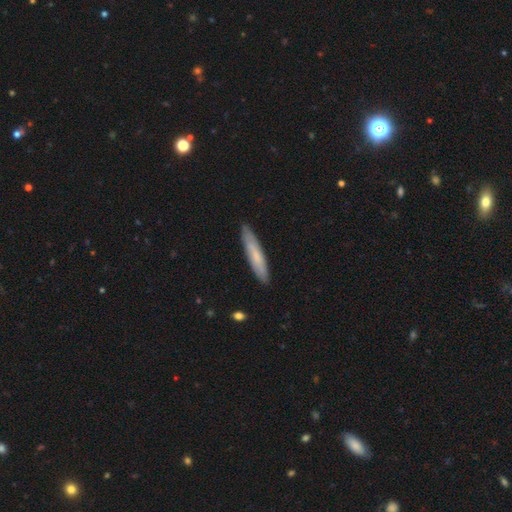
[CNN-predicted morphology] Smooth or featured? Predicted: smooth (p=0.67). How rounded? Predicted: cigar-shaped (p=0.90). Merging? Predicted: none (p=0.88).